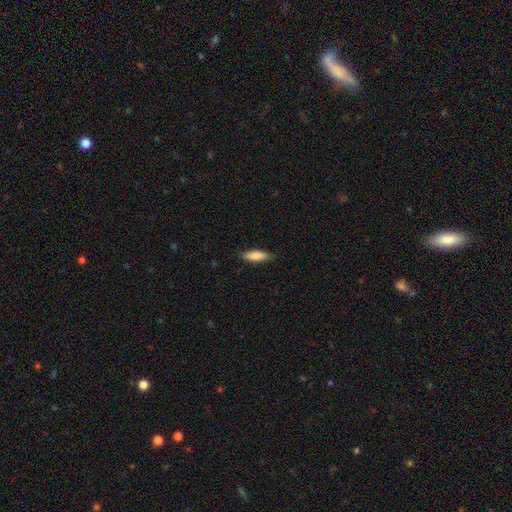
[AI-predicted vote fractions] smooth-or-featured: smooth: 82% | featured or disk: 12% | star or artifact: 6%
  how-rounded: in between: 53% | cigar-shaped: 45% | round: 2%
  merging: none: 81% | minor disturbance: 15% | major disturbance: 2% | merger: 1%